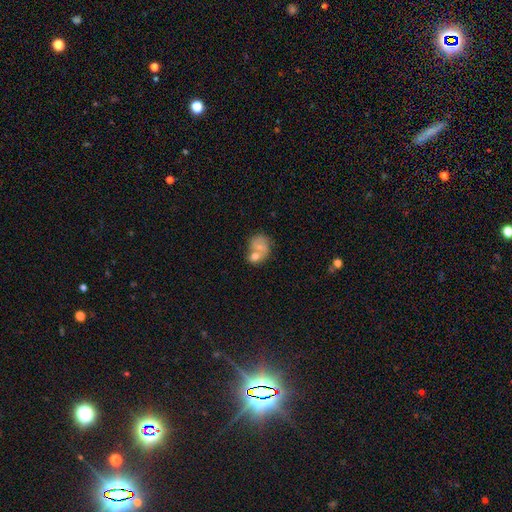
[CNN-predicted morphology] Smooth or featured: smooth — 57% (featured or disk — 35%)
How rounded: round — 56% (in between — 42%)
Merging: merger — 60% (none — 24%)